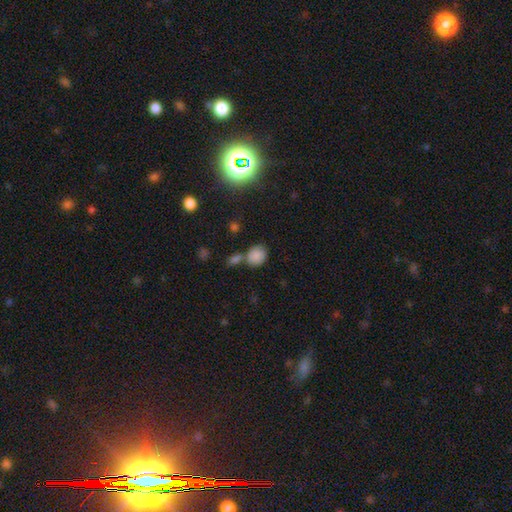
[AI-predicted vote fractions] Morphology: type=smooth (84%); roundness=round (66%); merging=none (54%).